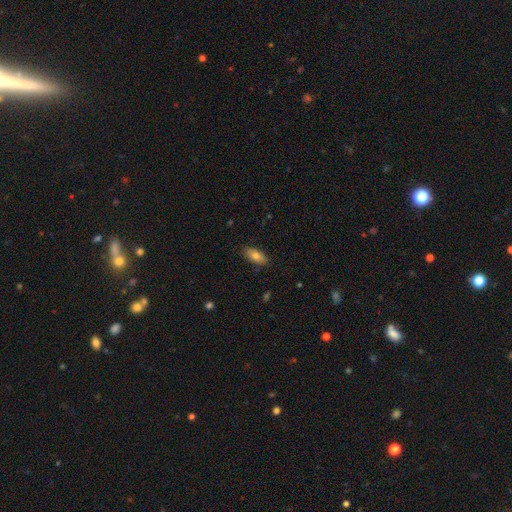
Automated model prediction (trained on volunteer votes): Smooth or featured: smooth — 78% (featured or disk — 14%)
How rounded: in between — 86% (cigar-shaped — 12%)
Merging: none — 86% (minor disturbance — 11%)